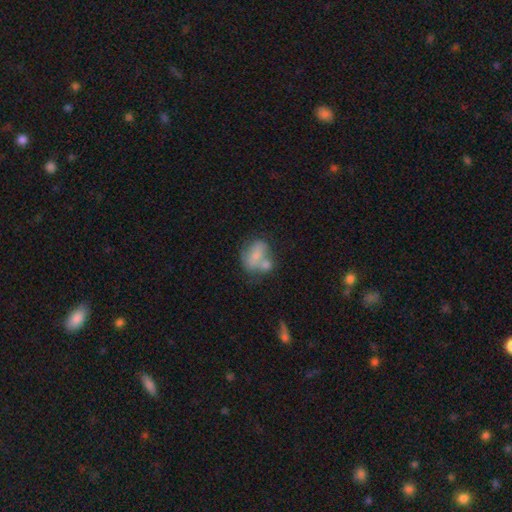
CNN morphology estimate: Smooth or featured? Predicted: smooth (p=0.61). How rounded? Predicted: in between (p=0.67). Merging? Predicted: merger (p=0.47).